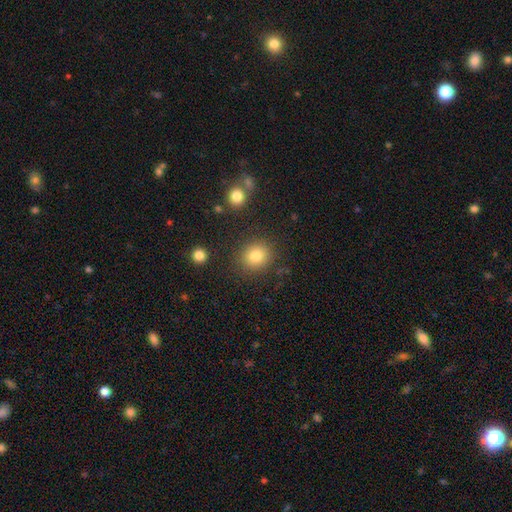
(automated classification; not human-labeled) The model was most divided on "how rounded": round: 75%, in between: 24%, cigar-shaped: 1%. More confident: merging — none (85%); smooth or featured — smooth (84%).